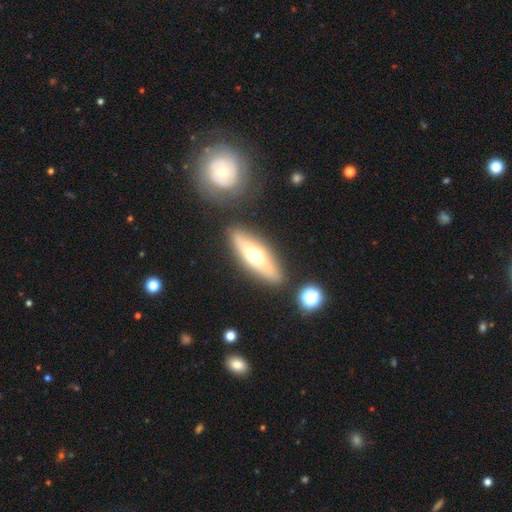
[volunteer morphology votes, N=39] This appears to be a smooth galaxy with no disk features (56%) that is cigar-shaped (73%). Merging: none (83%).